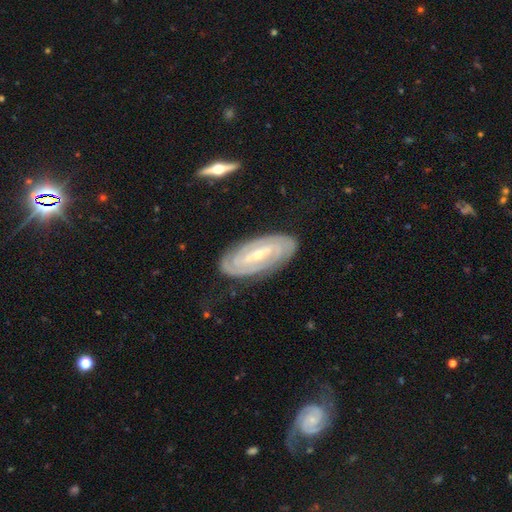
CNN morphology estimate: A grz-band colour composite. It shows a featured or disk galaxy (82%) with a weak bar (41%), 2 (55%) tight (70%) spiral arms (94%) and a small central bulge (63%). Merging: none (81%).